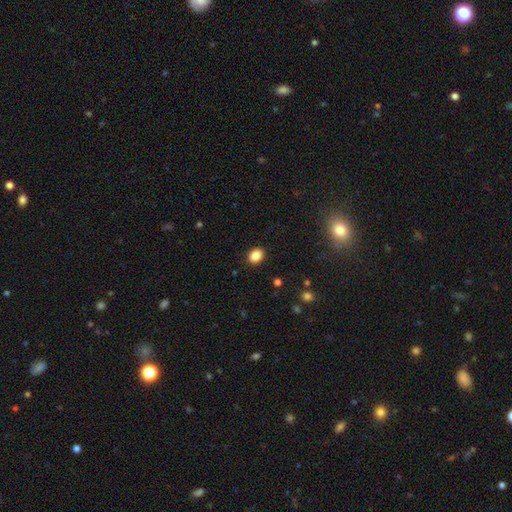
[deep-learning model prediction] smooth_or_featured: smooth (p=0.87) [alt: star or artifact p=0.10]
how_rounded: in between (p=0.61) [alt: round p=0.38]
merging: none (p=0.89) [alt: minor disturbance p=0.07]